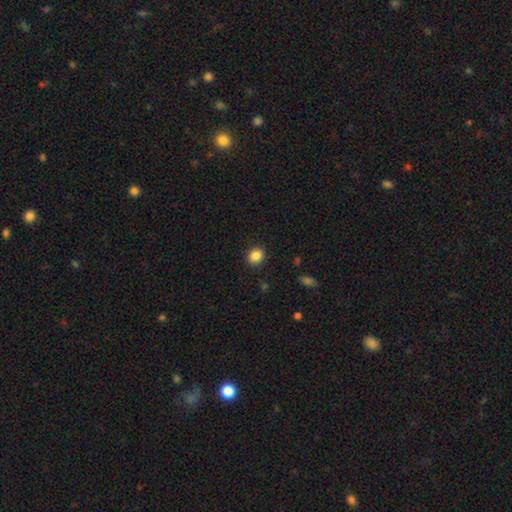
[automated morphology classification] This is clearly a smooth galaxy (86%). How rounded: likely round (67%). Merging: clearly none (90%).